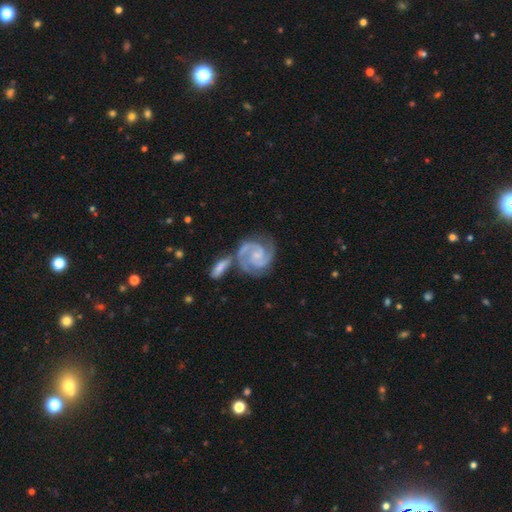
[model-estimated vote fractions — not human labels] Morphology: type=featured or disk (91%); edge-on=no (98%); bar=no (58%); spiral arms=yes (98%); winding=tight (57%); arm count=2 (87%); bulge=small (56%); merging=none (56%).